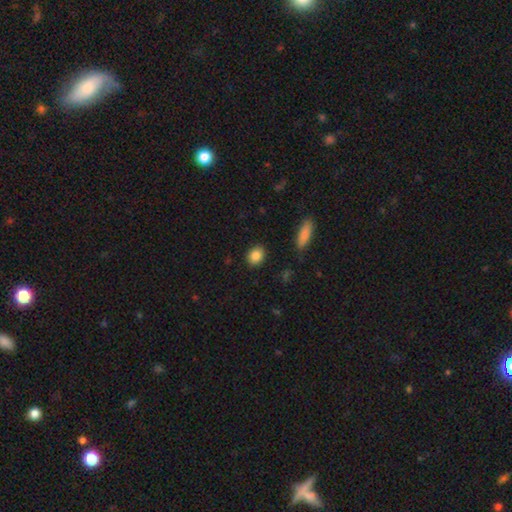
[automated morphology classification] smooth-or-featured: smooth: 86% | star or artifact: 8% | featured or disk: 5%
  how-rounded: round: 55% | in between: 43% | cigar-shaped: 2%
  merging: none: 89% | minor disturbance: 7% | major disturbance: 2% | merger: 1%